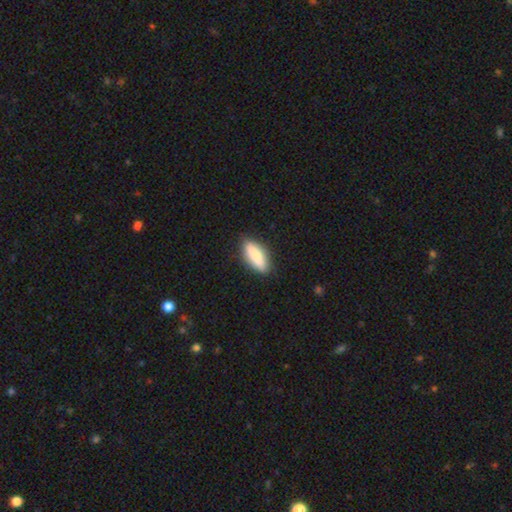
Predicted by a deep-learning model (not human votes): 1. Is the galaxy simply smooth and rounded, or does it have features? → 82% smooth, 13% featured or disk, 6% star or artifact.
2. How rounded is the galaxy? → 64% in between, 34% cigar-shaped, 2% round.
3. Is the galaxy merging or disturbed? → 86% none, 11% minor disturbance, 2% major disturbance, 1% merger.